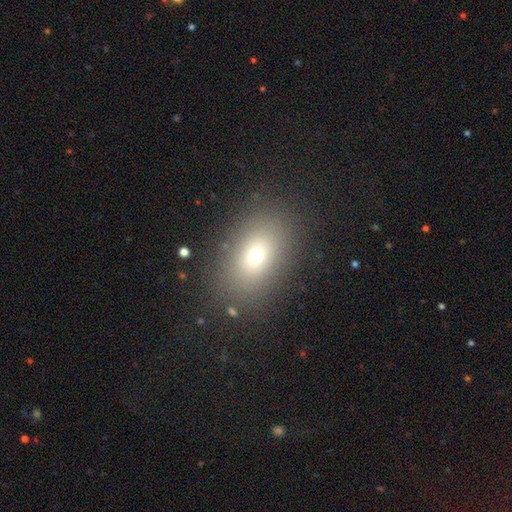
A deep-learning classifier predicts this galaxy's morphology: Q: Smooth or featured?
A: smooth (67%); runner-up: star or artifact (17%)
Q: How rounded?
A: in between (75%); runner-up: round (23%)
Q: Merging?
A: none (84%); runner-up: minor disturbance (9%)